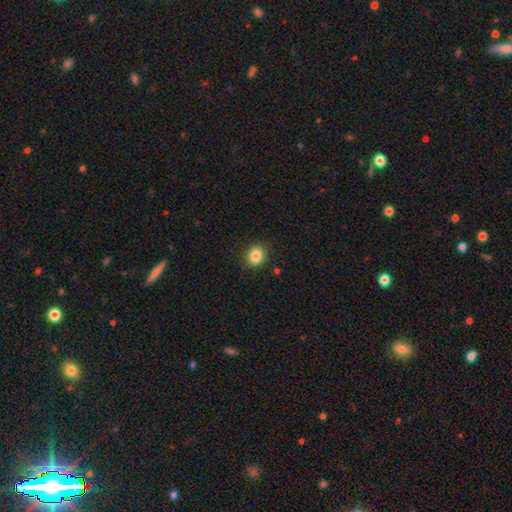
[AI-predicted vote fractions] This is clearly a smooth galaxy (85%). How rounded: likely round (71%). Merging: clearly none (89%).